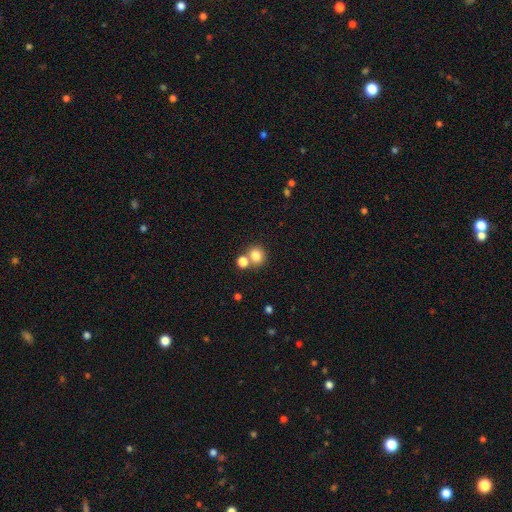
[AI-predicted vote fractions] Morphology: type=smooth (80%); roundness=round (83%); merging=none (59%).